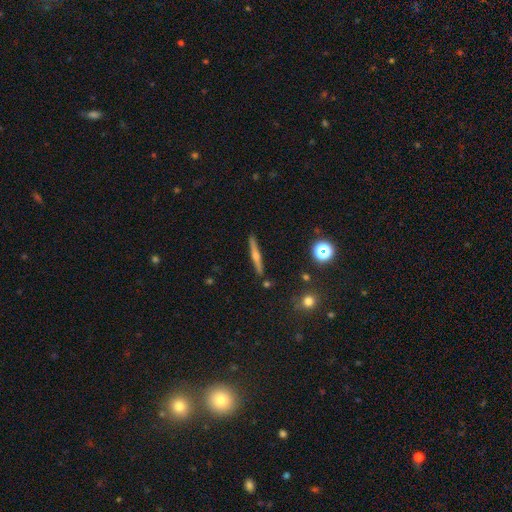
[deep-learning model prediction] A featured or disk galaxy (67%) viewed edge-on (97%) with a rounded central bulge (88%). Merging: none (90%).